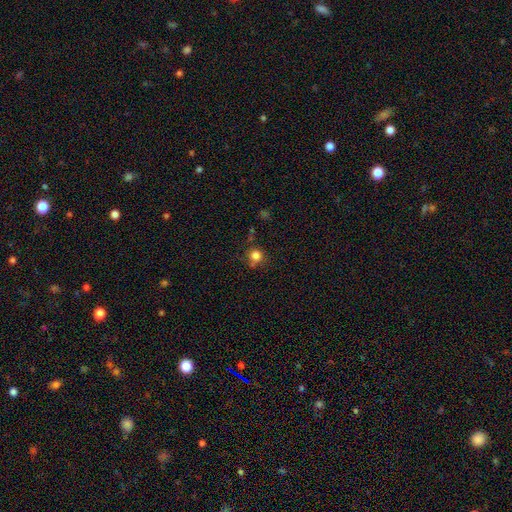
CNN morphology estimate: A smooth galaxy with no disk features (82%) that is round (91%).

Vote fractions:
- Smooth or featured? smooth: 82% / star or artifact: 13% / featured or disk: 6%
- How rounded? round: 91% / in between: 8% / cigar-shaped: 1%
- Merging? none: 73% / minor disturbance: 13% / merger: 10% / major disturbance: 4%